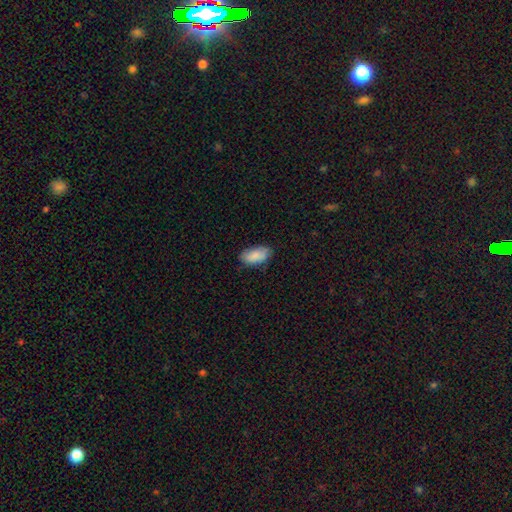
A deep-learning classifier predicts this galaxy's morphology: Smooth or featured? Predicted: smooth (p=0.85). How rounded? Predicted: in between (p=0.93). Merging? Predicted: none (p=0.76).